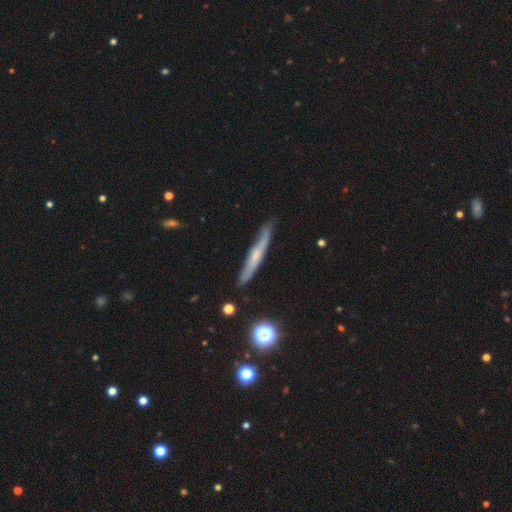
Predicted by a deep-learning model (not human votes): A featured or disk galaxy (52%) viewed edge-on (89%).

Vote fractions:
- Smooth or featured? featured or disk: 52% / smooth: 39% / star or artifact: 8%
- Edge-on disk? yes: 89% / no: 11%
- Merging? none: 78% / minor disturbance: 17% / major disturbance: 3% / merger: 2%